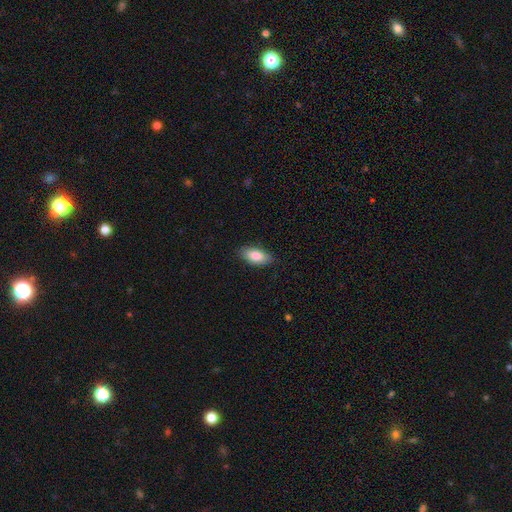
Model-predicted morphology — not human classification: smooth 85%, featured or disk 9%, star or artifact 6%. Down the decision tree: how rounded — in between (91%); merging — none (84%).